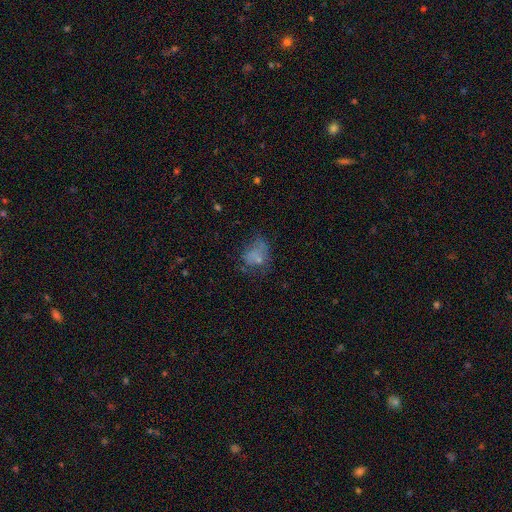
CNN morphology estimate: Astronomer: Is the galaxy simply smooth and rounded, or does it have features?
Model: smooth — 60%.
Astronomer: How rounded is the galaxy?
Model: in between — 61% (runner-up: round, 38%).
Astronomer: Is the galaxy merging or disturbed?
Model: none — 36% (runner-up: major disturbance, 32%).